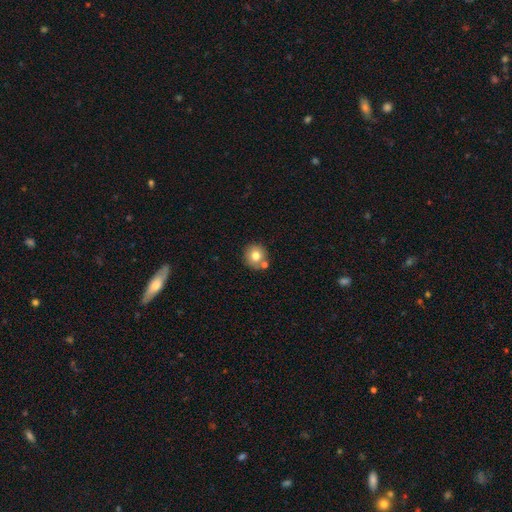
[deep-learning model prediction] Smooth or featured: smooth — 76% (featured or disk — 14%)
How rounded: round — 91% (in between — 8%)
Merging: none — 70% (merger — 18%)